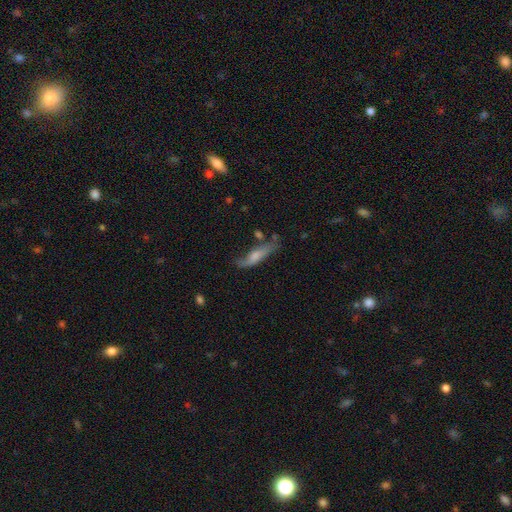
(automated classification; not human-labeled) Smooth or featured: smooth — 56% (featured or disk — 38%)
How rounded: cigar-shaped — 71% (in between — 26%)
Merging: none — 51% (minor disturbance — 29%)